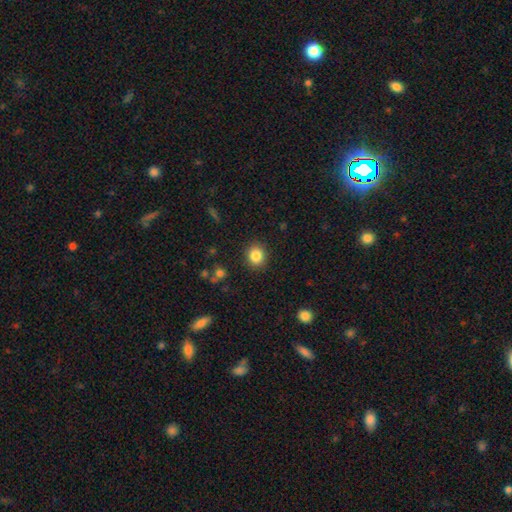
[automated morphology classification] Smooth or featured?
  - smooth: 85% *
  - star or artifact: 10%
  - featured or disk: 5%
How rounded?
  - round: 77% *
  - in between: 22%
  - cigar-shaped: 1%
Merging?
  - none: 89% *
  - minor disturbance: 7%
  - major disturbance: 2%
  - merger: 1%